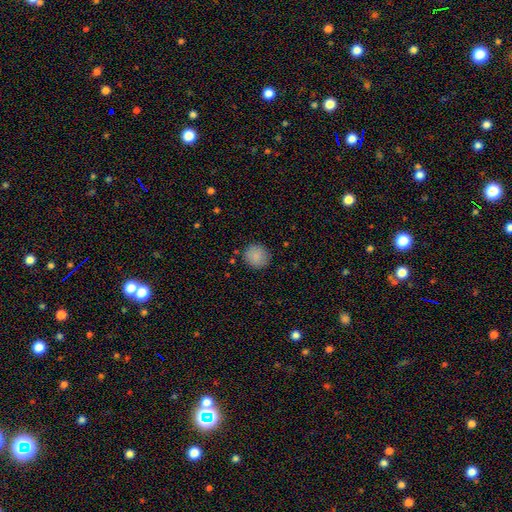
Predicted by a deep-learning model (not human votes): Smooth or featured? Predicted: smooth (p=0.87). How rounded? Predicted: round (p=0.90). Merging? Predicted: none (p=0.88).